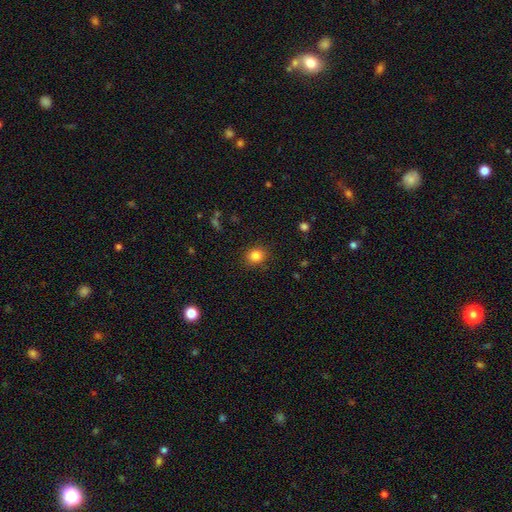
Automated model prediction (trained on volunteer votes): Smooth or featured?
  - smooth: 84% *
  - star or artifact: 11%
  - featured or disk: 5%
How rounded?
  - round: 74% *
  - in between: 25%
  - cigar-shaped: 1%
Merging?
  - none: 87% *
  - minor disturbance: 9%
  - major disturbance: 3%
  - merger: 1%